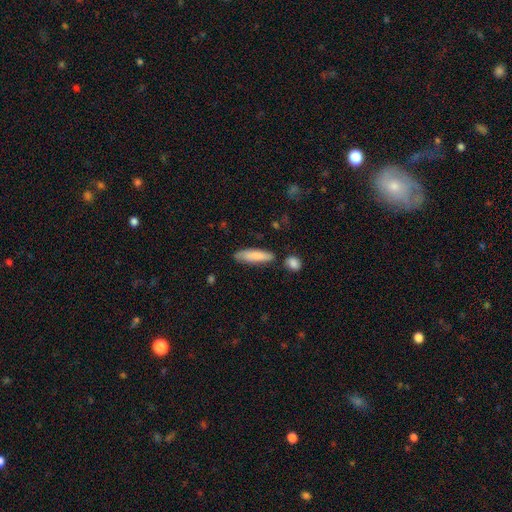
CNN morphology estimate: type=smooth (82%); roundness=cigar-shaped (65%); merging=none (74%).